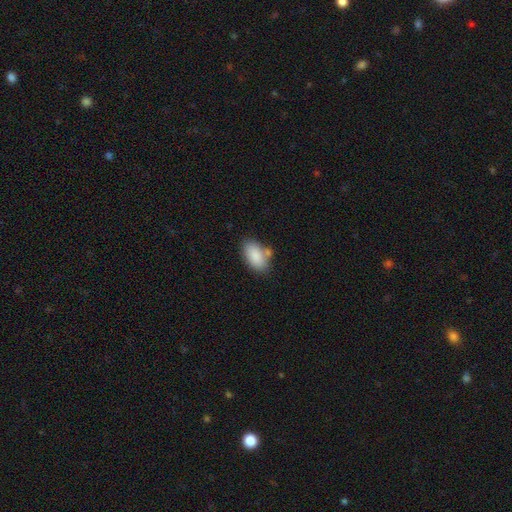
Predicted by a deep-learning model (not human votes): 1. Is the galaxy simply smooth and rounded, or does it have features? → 87% smooth, 7% star or artifact, 7% featured or disk.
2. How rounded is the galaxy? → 94% in between, 4% round, 2% cigar-shaped.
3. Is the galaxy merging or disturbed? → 66% none, 16% minor disturbance, 14% merger, 4% major disturbance.